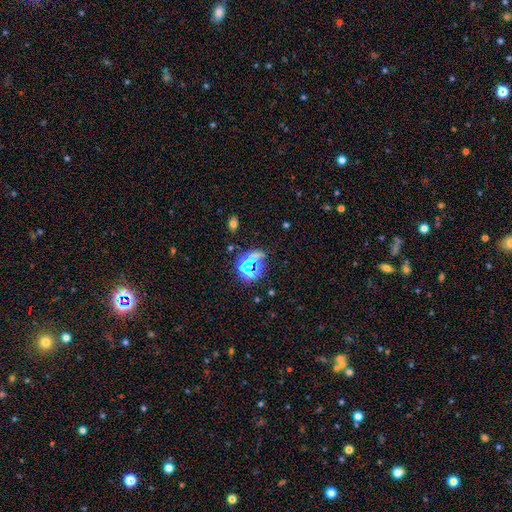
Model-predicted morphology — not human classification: A star or artifact, not a galaxy (64%).

Vote fractions:
- Smooth or featured? star or artifact: 64% / smooth: 24% / featured or disk: 12%